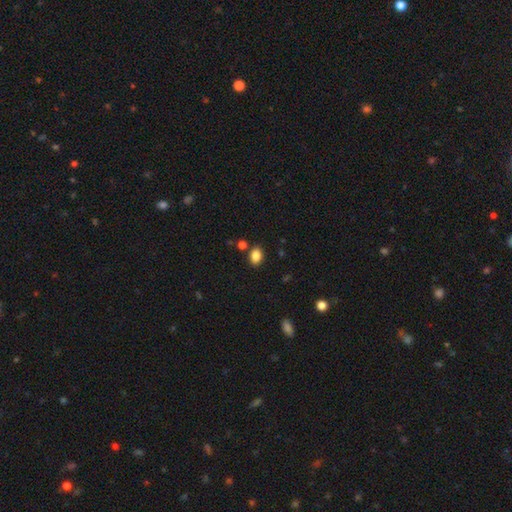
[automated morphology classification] This is clearly a smooth galaxy (86%). How rounded: likely in between (71%). Merging: clearly none (81%).